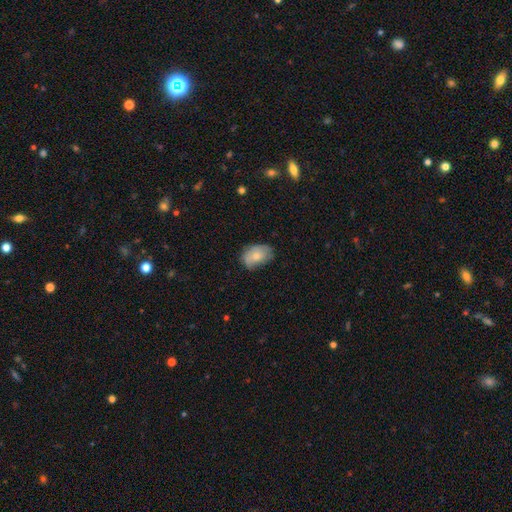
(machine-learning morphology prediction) smooth 73%, featured or disk 20%, star or artifact 7%. Down the decision tree: how rounded — in between (82%); merging — none (61%).